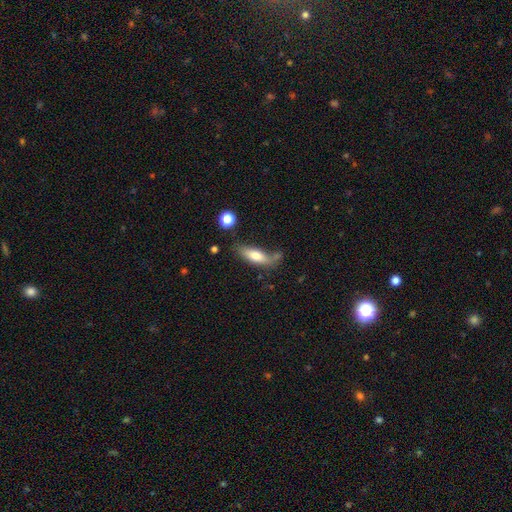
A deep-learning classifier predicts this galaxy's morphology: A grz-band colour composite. It shows a smooth galaxy with no disk features (69%) that is in between round and cigar-shaped (60%). Merging: none (52%).